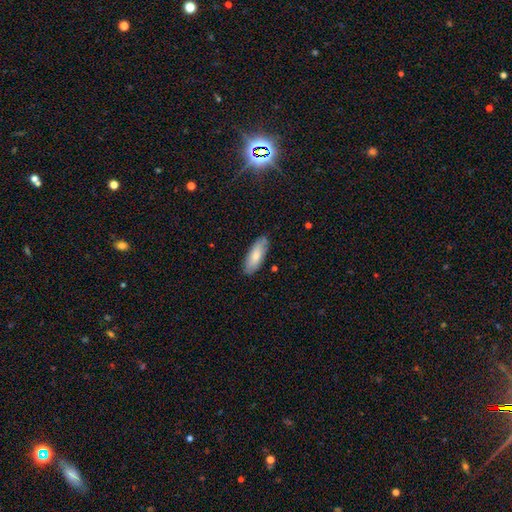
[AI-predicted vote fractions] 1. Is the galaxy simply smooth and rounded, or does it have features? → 74% smooth, 20% featured or disk, 6% star or artifact.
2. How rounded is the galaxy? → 74% in between, 24% cigar-shaped, 2% round.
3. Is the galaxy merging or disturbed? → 84% none, 12% minor disturbance, 2% major disturbance, 1% merger.